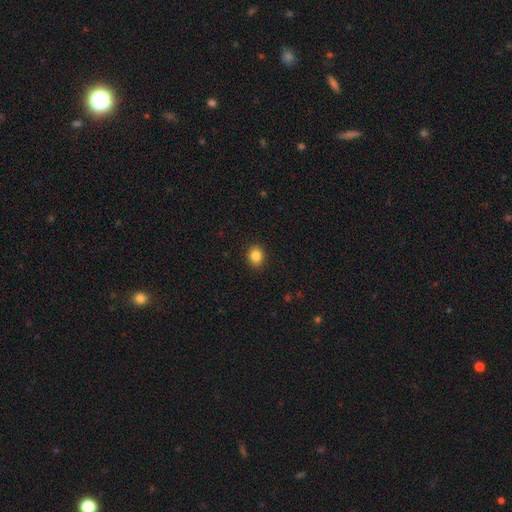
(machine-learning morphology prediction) smooth-or-featured: smooth: 85% | star or artifact: 10% | featured or disk: 5%
  how-rounded: round: 57% | in between: 42% | cigar-shaped: 1%
  merging: none: 90% | minor disturbance: 7% | major disturbance: 2% | merger: 1%